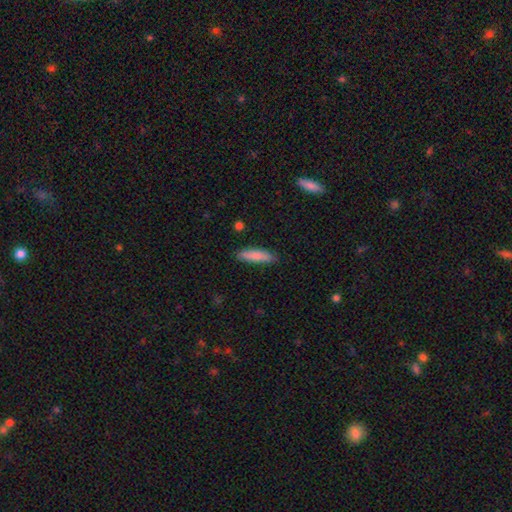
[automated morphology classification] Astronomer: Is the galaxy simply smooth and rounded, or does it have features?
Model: smooth — 84%.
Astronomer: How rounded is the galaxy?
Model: cigar-shaped — 70%.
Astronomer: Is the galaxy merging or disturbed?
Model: none — 85%.